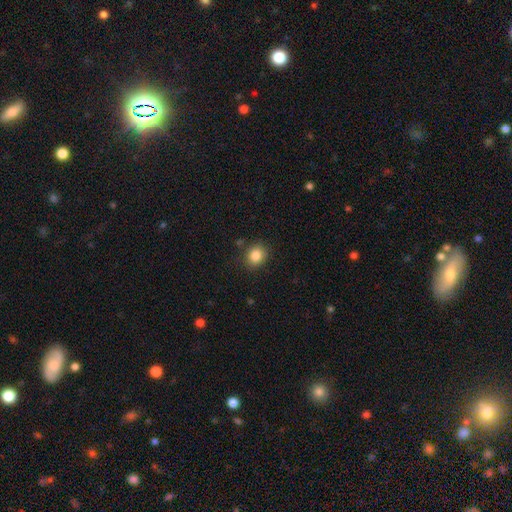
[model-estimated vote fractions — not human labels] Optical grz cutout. It shows a smooth galaxy with no disk features (85%) that is round (68%). Merging: none (84%).